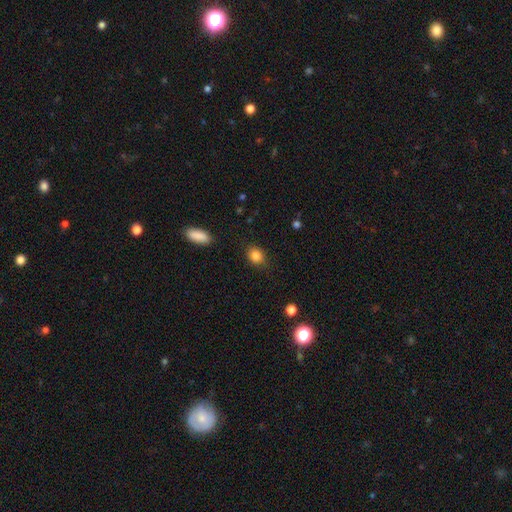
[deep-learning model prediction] A smooth galaxy with no disk features (85%) that is round (54%). Merging: none (84%).